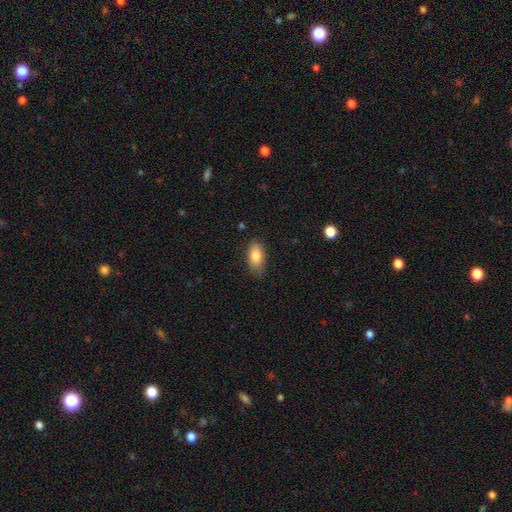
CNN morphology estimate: smooth-or-featured: smooth: 84% | featured or disk: 9% | star or artifact: 7%
  how-rounded: in between: 89% | cigar-shaped: 7% | round: 4%
  merging: none: 76% | minor disturbance: 19% | major disturbance: 4% | merger: 1%